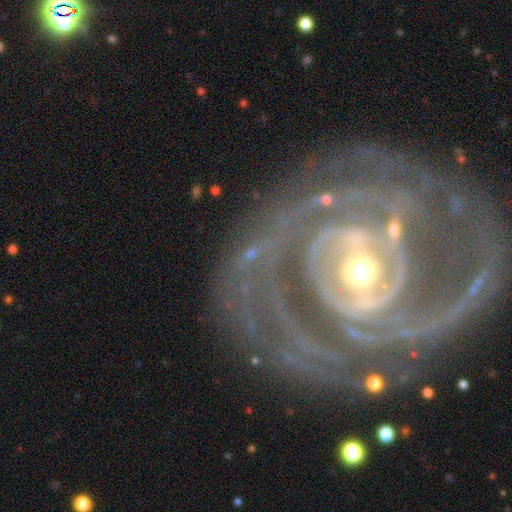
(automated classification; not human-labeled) featured or disk 89%, star or artifact 6%, smooth 5%. Down the decision tree: edge-on disk — no (97%); bar — strong (36%); spiral arms — yes (94%); spiral arm count — 2 (26%); spiral winding — tight (74%); bulge size — moderate (61%); merging — none (72%).